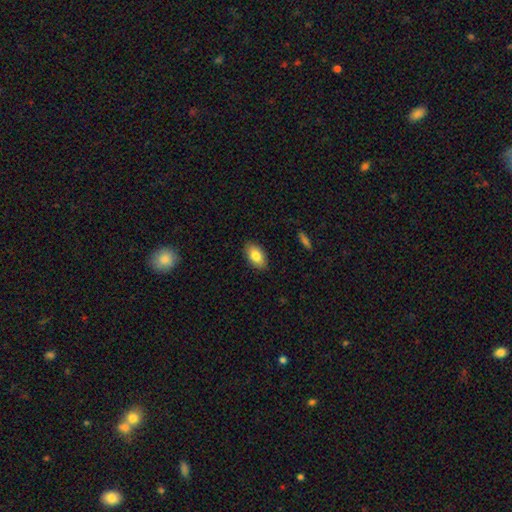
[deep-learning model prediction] This is clearly a smooth galaxy (82%). How rounded: clearly in between (93%). Merging: clearly none (88%).